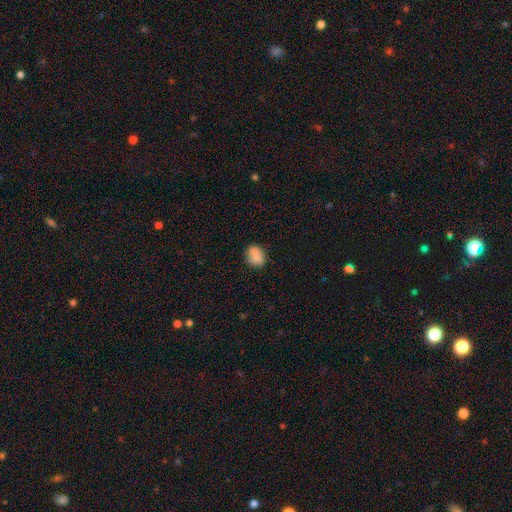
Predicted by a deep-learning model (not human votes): Q: Smooth or featured?
A: smooth (82%); runner-up: featured or disk (9%)
Q: How rounded?
A: in between (59%); runner-up: round (40%)
Q: Merging?
A: none (69%); runner-up: minor disturbance (17%)